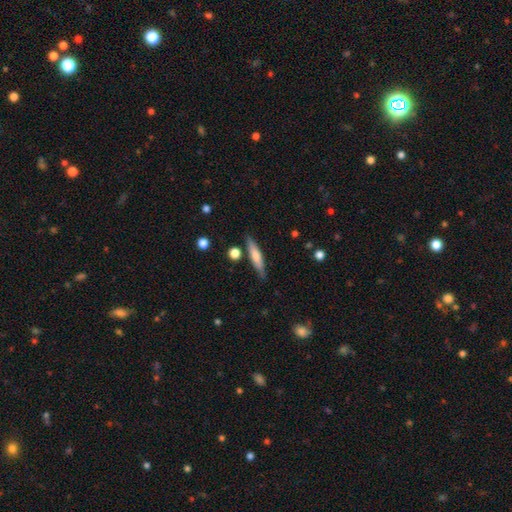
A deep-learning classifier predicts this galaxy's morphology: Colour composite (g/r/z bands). It shows a smooth galaxy with no disk features (60%) that is cigar-shaped (86%). Merging: none (82%).